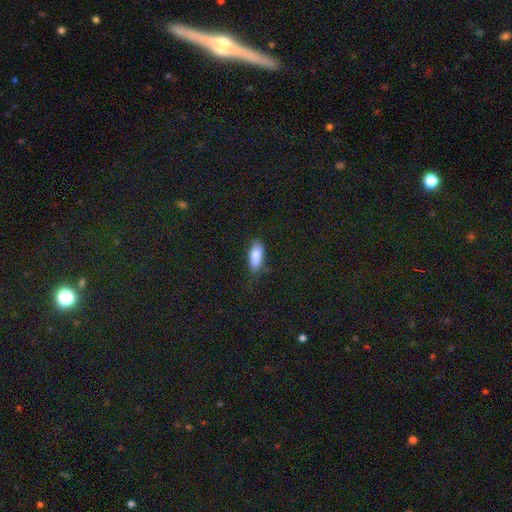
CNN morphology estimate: smooth 83%, featured or disk 10%, star or artifact 7%. Down the decision tree: how rounded — in between (78%); merging — none (60%).